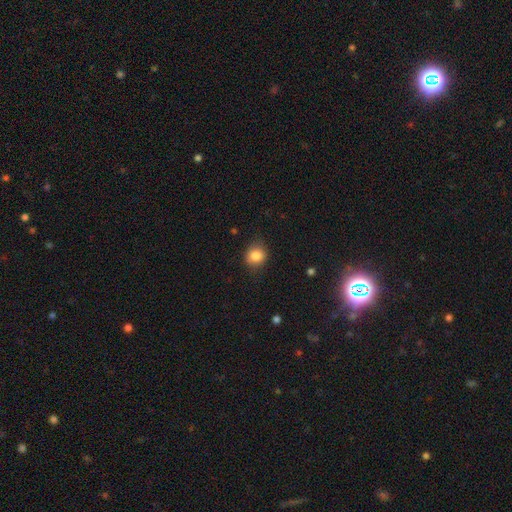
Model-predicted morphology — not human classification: smooth 84%, star or artifact 10%, featured or disk 6%. Down the decision tree: how rounded — round (76%); merging — none (81%).